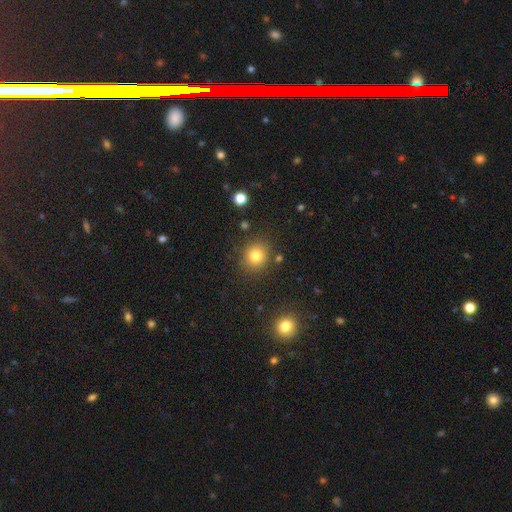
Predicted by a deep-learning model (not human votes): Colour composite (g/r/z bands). It shows a smooth galaxy with no disk features (79%) that is round (85%). Merging: none (85%).